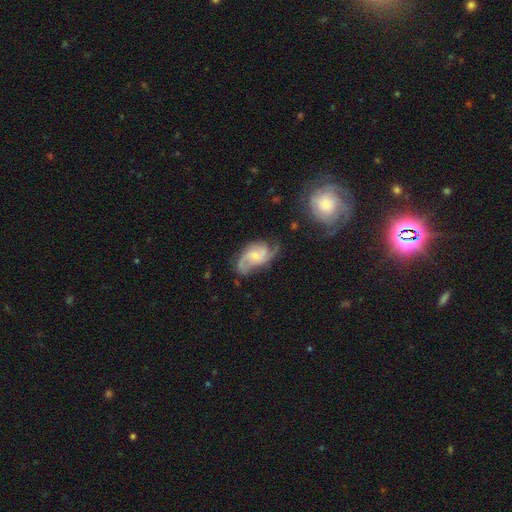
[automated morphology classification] A featured or disk galaxy (84%) with no bar (54%), 2 (56%) medium (50%) spiral arms (96%) and a small central bulge (56%).

Vote fractions:
- Smooth or featured? featured or disk: 84% / smooth: 11% / star or artifact: 6%
- Edge-on disk? no: 97% / yes: 3%
- Bar? no: 54% / weak: 38% / strong: 7%
- Spiral arms? yes: 96% / no: 4%
- Spiral winding? medium: 50% / loose: 27% / tight: 22%
- Spiral arm count? 2: 56% / 3: 23% / can't tell: 10% / 1: 4% / 4: 4% / more than 4: 3%
- Bulge size? small: 56% / moderate: 33% / none: 8% / large: 3% / dominant: 1%
- Merging? none: 59% / minor disturbance: 24% / major disturbance: 14% / merger: 3%